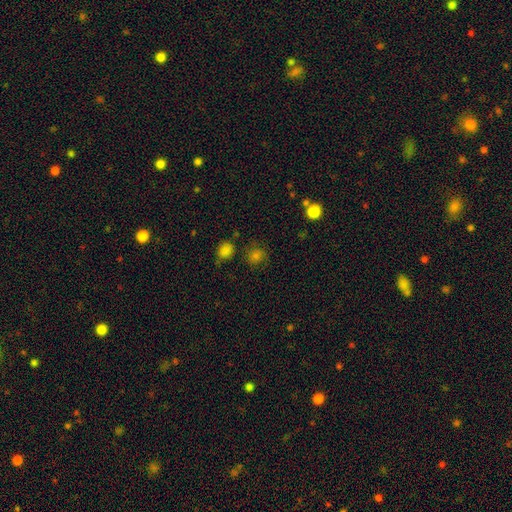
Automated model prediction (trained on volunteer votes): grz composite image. It shows a smooth galaxy with no disk features (71%) that is round (81%). Merging: none (75%).